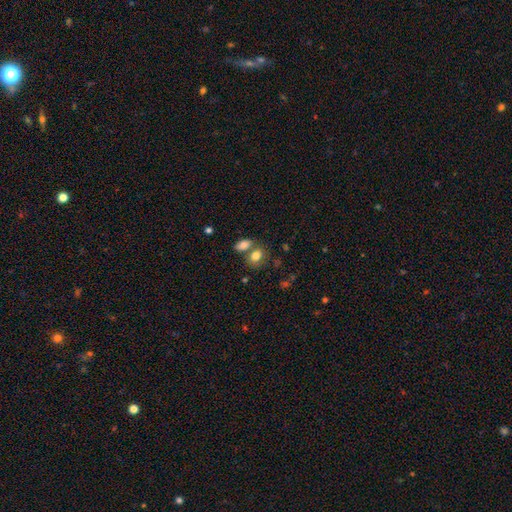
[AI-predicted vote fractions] Smooth or featured?
  - smooth: 82% *
  - star or artifact: 9%
  - featured or disk: 9%
How rounded?
  - in between: 67% *
  - round: 31%
  - cigar-shaped: 1%
Merging?
  - none: 50% *
  - merger: 34%
  - minor disturbance: 12%
  - major disturbance: 4%